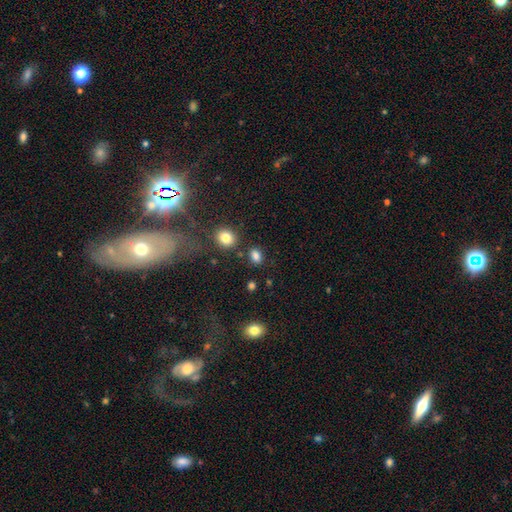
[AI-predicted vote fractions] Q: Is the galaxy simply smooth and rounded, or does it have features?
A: smooth — 84%.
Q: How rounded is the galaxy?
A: in between — 69%.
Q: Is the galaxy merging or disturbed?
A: none — 79%.